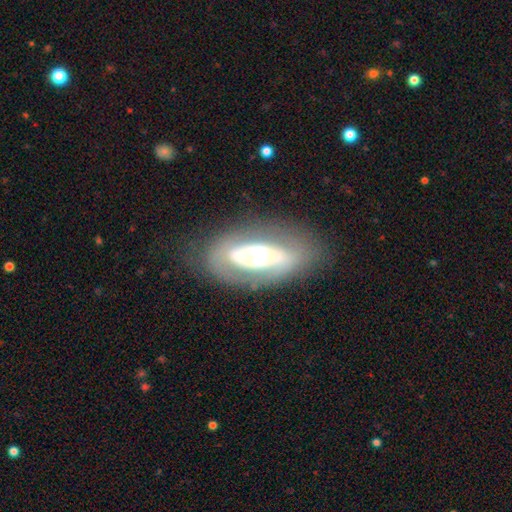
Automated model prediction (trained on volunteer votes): smooth-or-featured: featured or disk: 60% | smooth: 33% | star or artifact: 7%
  disk-edge-on: no: 85% | yes: 15%
    bar: no: 75% | weak: 13% | strong: 12%
    has-spiral-arms: no: 77% | yes: 23%
    bulge-size: moderate: 48% | large: 38% | dominant: 8% | small: 6% | none: 1%
  merging: none: 74% | minor disturbance: 15% | major disturbance: 9% | merger: 2%